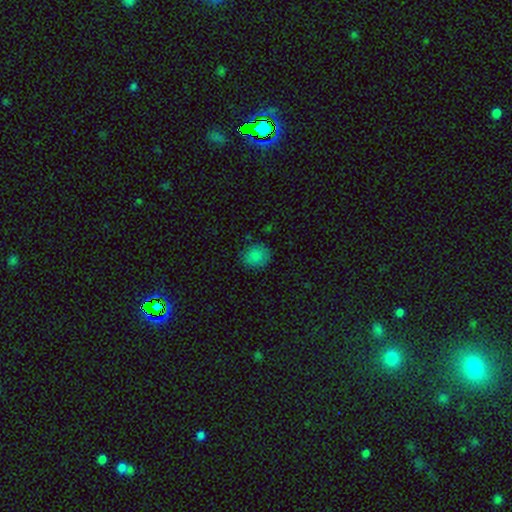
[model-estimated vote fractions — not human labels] Overall: smooth (84%). How rounded: round (75%). Merging: none (83%).